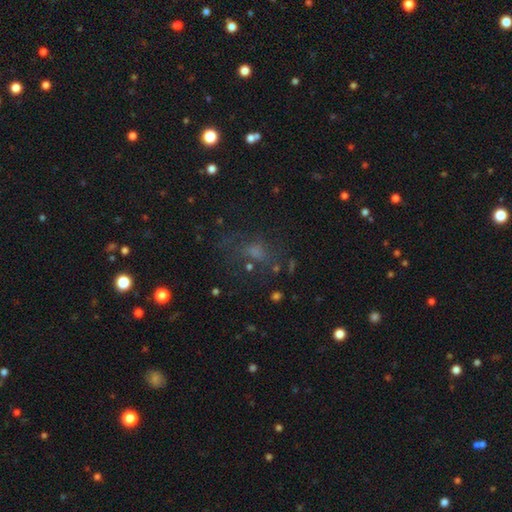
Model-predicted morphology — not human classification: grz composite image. It shows a smooth galaxy with no disk features (40%). Merging: none (61%).